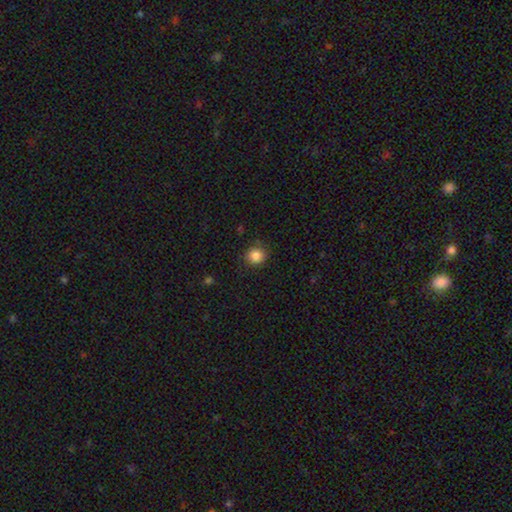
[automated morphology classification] Overall: smooth (85%). How rounded: round (88%). Merging: none (84%).